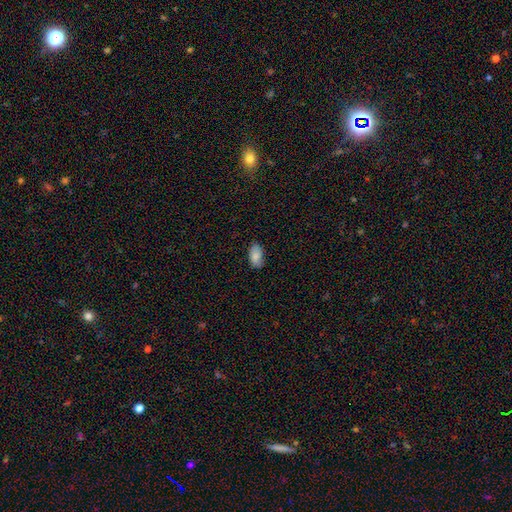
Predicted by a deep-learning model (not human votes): Q: Smooth or featured?
A: smooth (84%); runner-up: featured or disk (9%)
Q: How rounded?
A: in between (94%); runner-up: round (4%)
Q: Merging?
A: none (80%); runner-up: minor disturbance (16%)